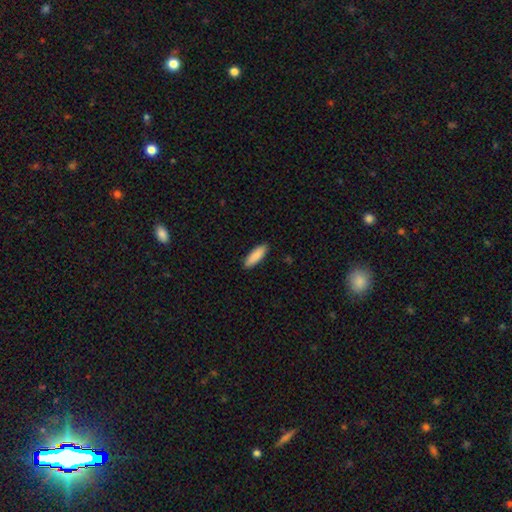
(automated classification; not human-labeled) Smooth or featured: smooth — 90% (star or artifact — 5%)
How rounded: in between — 51% (cigar-shaped — 48%)
Merging: none — 90% (minor disturbance — 7%)